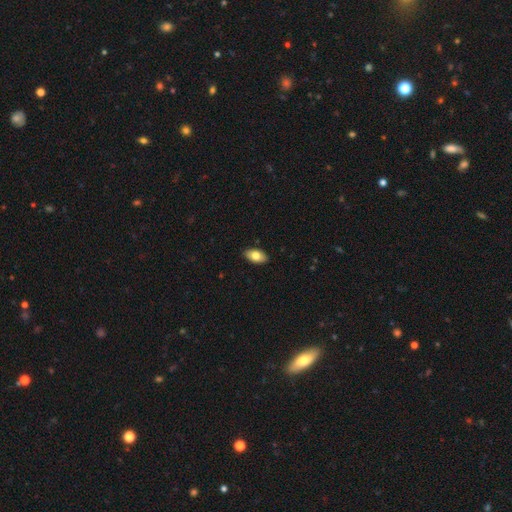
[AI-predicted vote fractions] smooth 79%, featured or disk 14%, star or artifact 7%. Down the decision tree: how rounded — in between (93%); merging — none (89%).